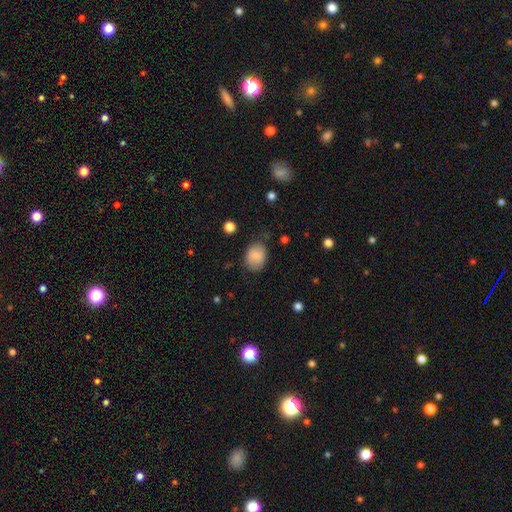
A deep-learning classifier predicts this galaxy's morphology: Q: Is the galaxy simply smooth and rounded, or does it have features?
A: smooth — 84%.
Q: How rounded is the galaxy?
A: in between — 62%.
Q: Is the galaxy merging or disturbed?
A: none — 75%.